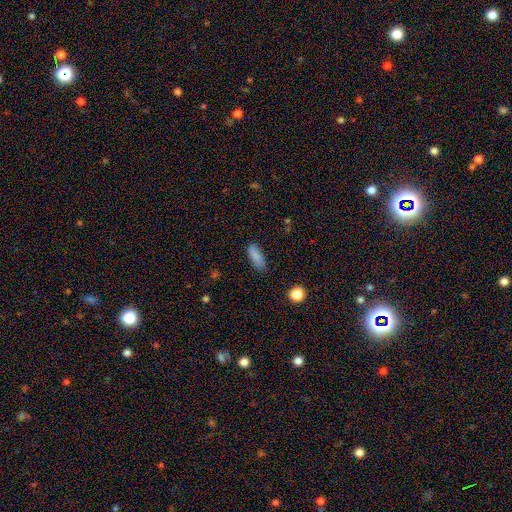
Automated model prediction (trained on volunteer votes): smooth-or-featured: smooth: 83% | star or artifact: 9% | featured or disk: 8%
  how-rounded: in between: 72% | cigar-shaped: 25% | round: 3%
  merging: none: 70% | minor disturbance: 22% | major disturbance: 5% | merger: 2%